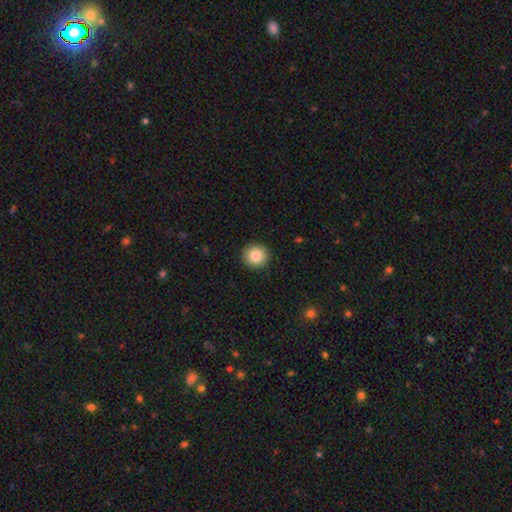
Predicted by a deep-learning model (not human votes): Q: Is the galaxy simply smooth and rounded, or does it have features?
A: smooth — 83%.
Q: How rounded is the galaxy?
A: round — 94%.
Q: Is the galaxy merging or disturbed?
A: none — 92%.